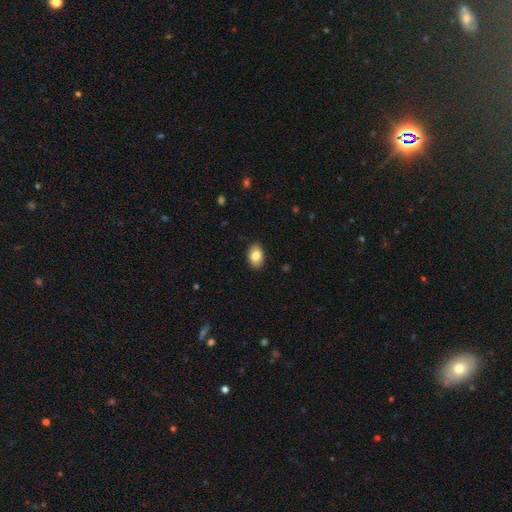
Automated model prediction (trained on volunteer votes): smooth_or_featured: smooth (p=0.83) [alt: featured or disk p=0.09]
how_rounded: in between (p=0.87) [alt: round p=0.12]
merging: none (p=0.89) [alt: minor disturbance p=0.09]